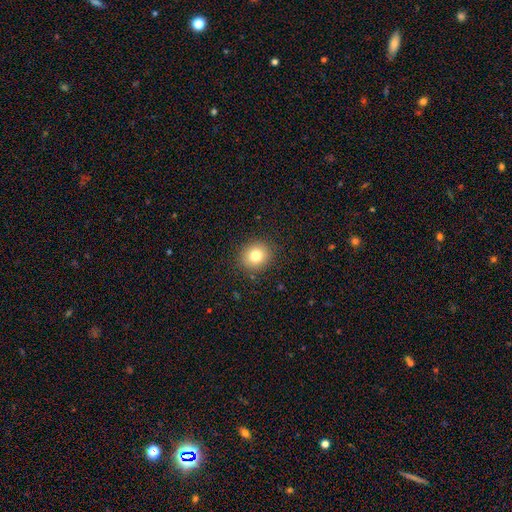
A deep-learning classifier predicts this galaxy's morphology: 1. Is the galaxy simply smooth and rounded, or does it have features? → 80% smooth, 11% star or artifact, 8% featured or disk.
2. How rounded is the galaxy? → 79% round, 20% in between, 1% cigar-shaped.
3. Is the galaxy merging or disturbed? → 89% none, 7% minor disturbance, 2% major disturbance, 1% merger.